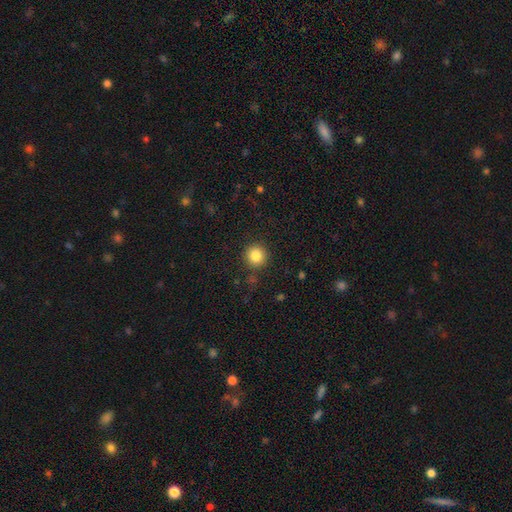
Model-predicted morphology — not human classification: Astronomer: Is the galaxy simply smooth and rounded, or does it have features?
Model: smooth — 84%.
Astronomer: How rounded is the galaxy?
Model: round — 94%.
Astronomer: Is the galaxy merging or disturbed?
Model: none — 90%.